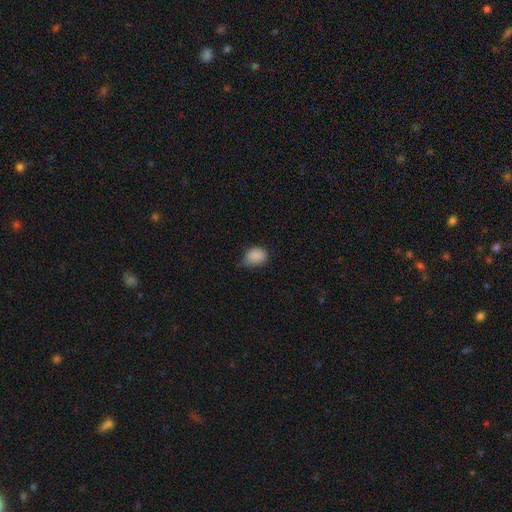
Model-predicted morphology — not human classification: This is clearly a smooth galaxy (85%). How rounded: likely in between (61%). Merging: possibly minor disturbance (48%).